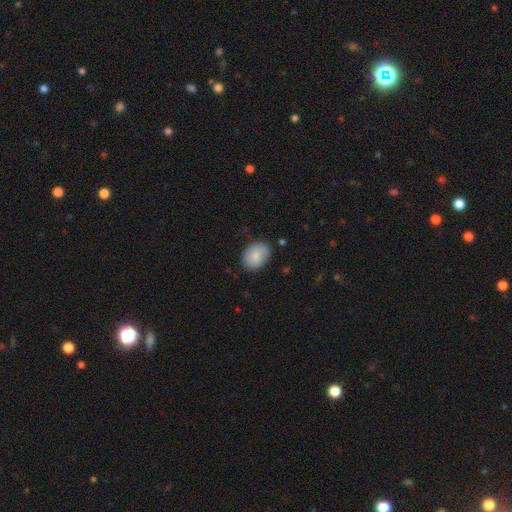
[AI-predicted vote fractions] Smooth or featured? Predicted: smooth (p=0.84). How rounded? Predicted: in between (p=0.64). Merging? Predicted: none (p=0.83).